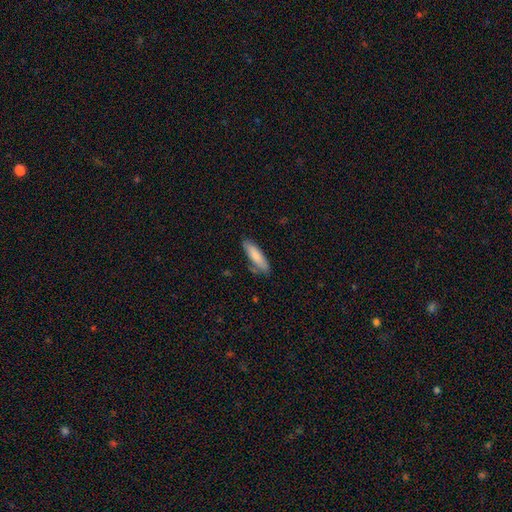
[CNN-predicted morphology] This appears to be a smooth galaxy with no disk features (82%) that is cigar-shaped (58%). Merging: none (76%).